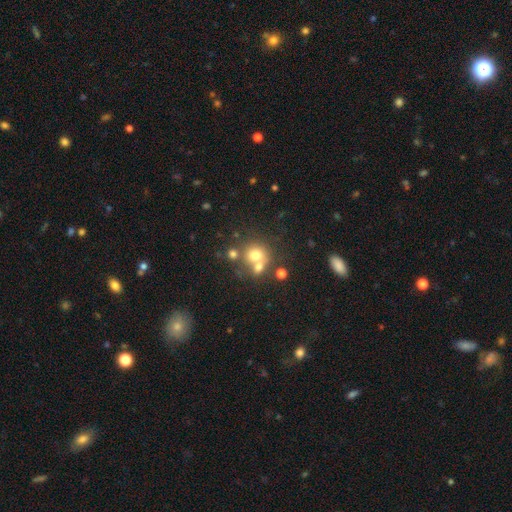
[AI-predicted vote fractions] Smooth or featured?
  - smooth: 68% *
  - featured or disk: 17%
  - star or artifact: 15%
How rounded?
  - round: 81% *
  - in between: 18%
  - cigar-shaped: 1%
Merging?
  - none: 44% *
  - merger: 42%
  - minor disturbance: 8%
  - major disturbance: 5%